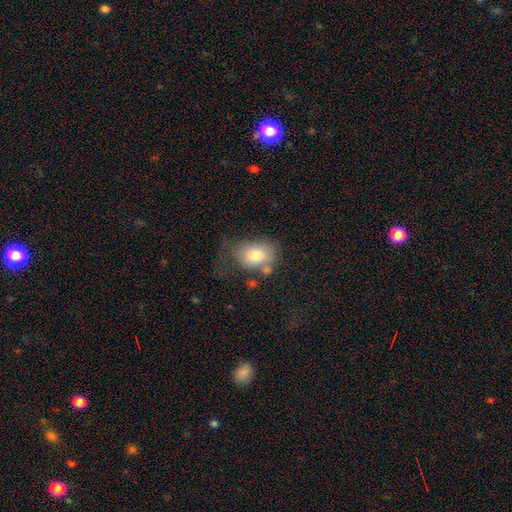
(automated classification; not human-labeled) A smooth galaxy with no disk features (77%) that is in between round and cigar-shaped (72%).

Vote fractions:
- Smooth or featured? smooth: 77% / featured or disk: 15% / star or artifact: 8%
- How rounded? in between: 72% / round: 27% / cigar-shaped: 1%
- Merging? none: 41% / minor disturbance: 26% / major disturbance: 21% / merger: 12%